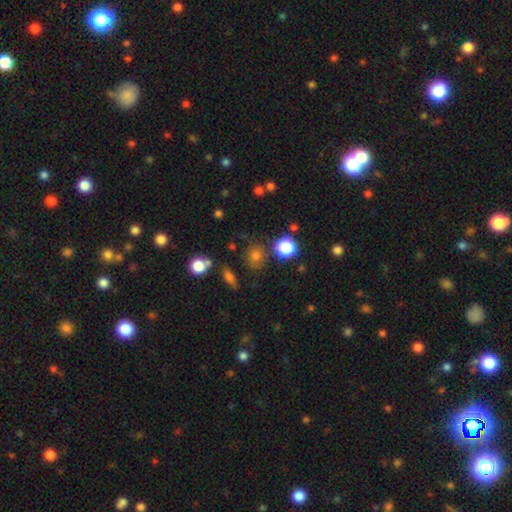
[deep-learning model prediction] Smooth or featured? smooth (73%)
How rounded? round (77%)
Merging? none (77%)